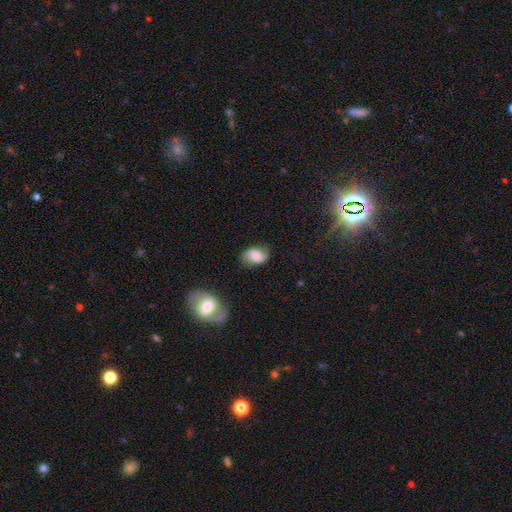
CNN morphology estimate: A smooth galaxy with no disk features (75%) that is in between round and cigar-shaped (79%). Merging: none (62%).